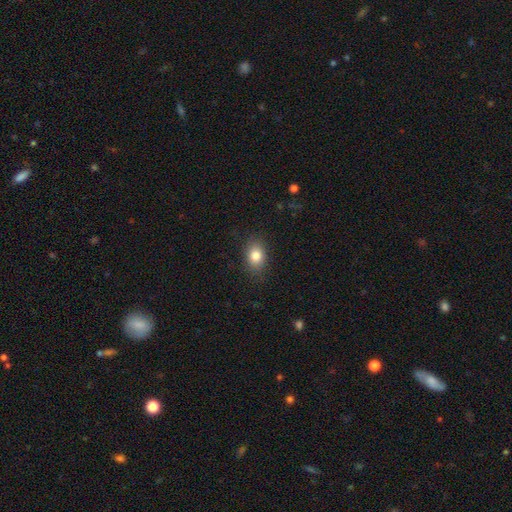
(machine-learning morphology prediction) smooth_or_featured: smooth (p=0.82) [alt: star or artifact p=0.10]
how_rounded: in between (p=0.70) [alt: round p=0.29]
merging: none (p=0.84) [alt: minor disturbance p=0.12]